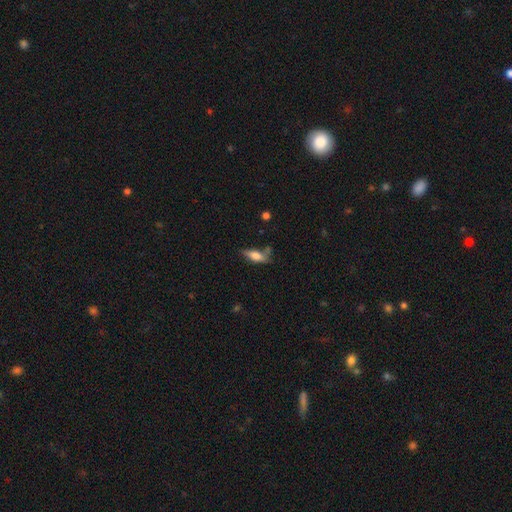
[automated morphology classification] A smooth galaxy with no disk features (67%) that is in between round and cigar-shaped (59%).

Vote fractions:
- Smooth or featured? smooth: 67% / featured or disk: 26% / star or artifact: 8%
- How rounded? in between: 59% / cigar-shaped: 39% / round: 3%
- Merging? none: 58% / minor disturbance: 25% / merger: 9% / major disturbance: 8%